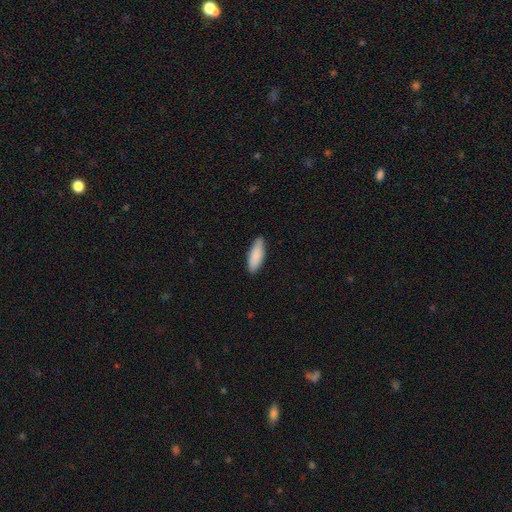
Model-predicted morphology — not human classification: type=smooth (87%); roundness=in between (64%); merging=none (86%).